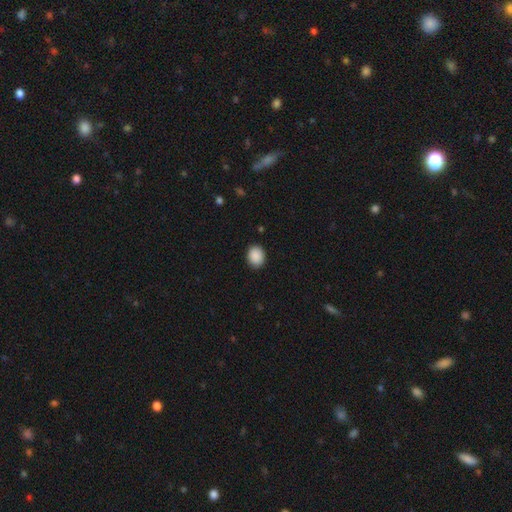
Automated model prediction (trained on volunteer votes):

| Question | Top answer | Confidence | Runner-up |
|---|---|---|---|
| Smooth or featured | smooth | 90% | star or artifact (8%) |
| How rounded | round | 50% | in between (49%) |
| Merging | none | 89% | minor disturbance (8%) |